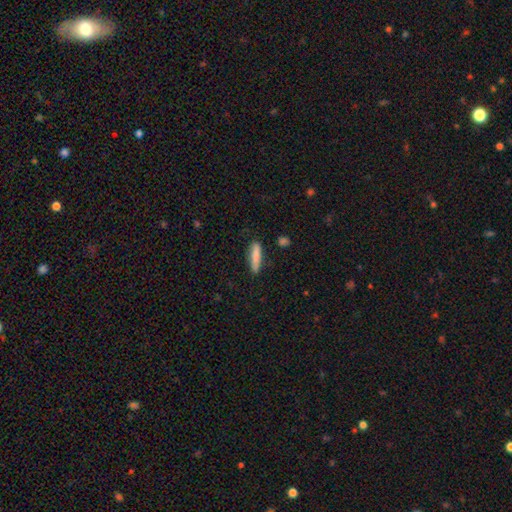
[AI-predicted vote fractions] Smooth or featured? smooth (84%)
How rounded? cigar-shaped (82%)
Merging? none (84%)